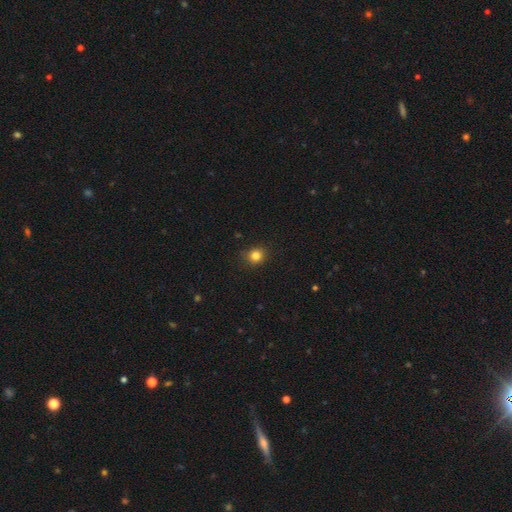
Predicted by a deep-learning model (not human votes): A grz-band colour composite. It shows a smooth galaxy with no disk features (83%) that is round (81%). Merging: none (87%).